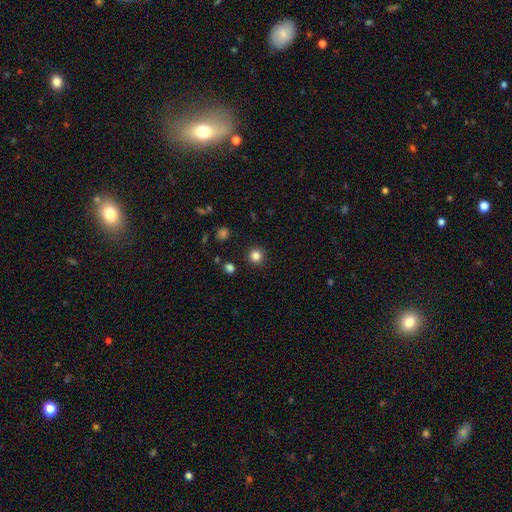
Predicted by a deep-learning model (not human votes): smooth 83%, star or artifact 12%, featured or disk 4%. Down the decision tree: how rounded — round (95%); merging — none (91%).